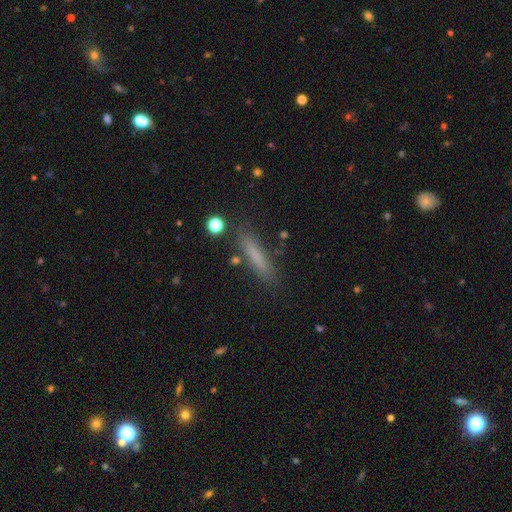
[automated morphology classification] A smooth galaxy with no disk features (73%) that is cigar-shaped (89%).

Vote fractions:
- Smooth or featured? smooth: 73% / featured or disk: 17% / star or artifact: 10%
- How rounded? cigar-shaped: 89% / in between: 9% / round: 2%
- Merging? none: 83% / minor disturbance: 11% / major disturbance: 3% / merger: 3%